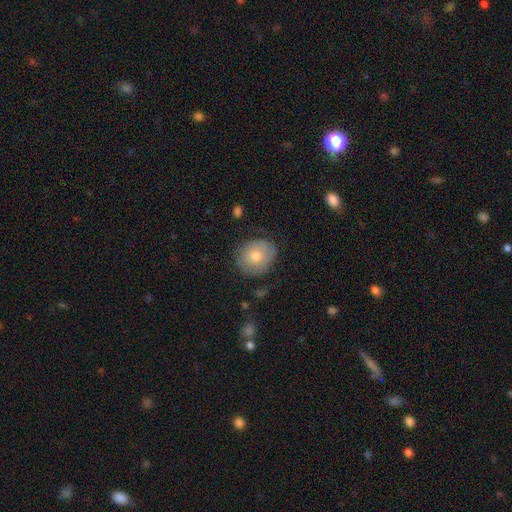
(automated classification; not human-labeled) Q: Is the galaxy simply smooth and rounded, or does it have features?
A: smooth — 73%.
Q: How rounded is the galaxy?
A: round — 67%.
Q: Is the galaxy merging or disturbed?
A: none — 79%.